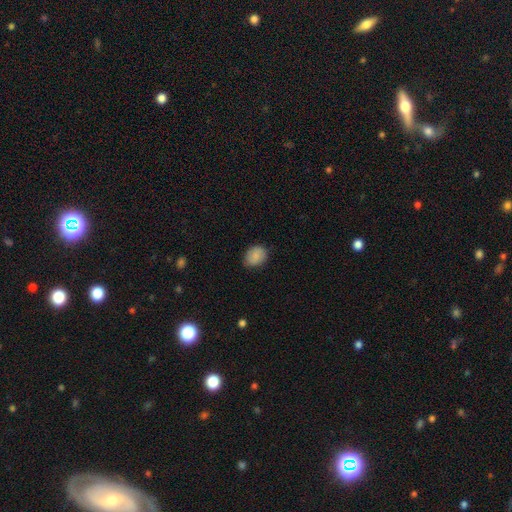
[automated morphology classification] The model was most divided on "how rounded": in between: 59%, round: 40%, cigar-shaped: 1%. More confident: smooth or featured — smooth (85%); merging — none (78%).